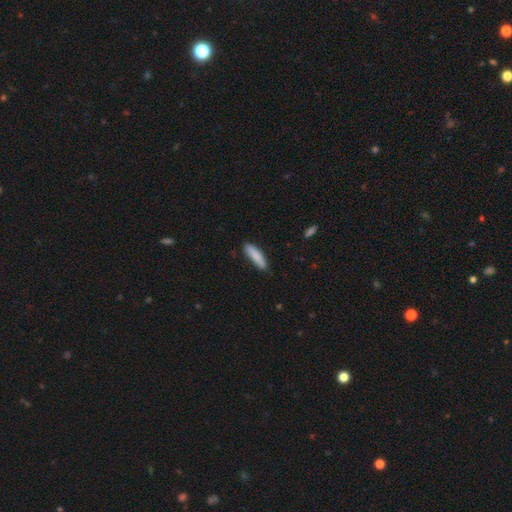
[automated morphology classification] Smooth or featured: smooth — 86% (featured or disk — 8%)
How rounded: cigar-shaped — 76% (in between — 23%)
Merging: none — 82% (minor disturbance — 14%)